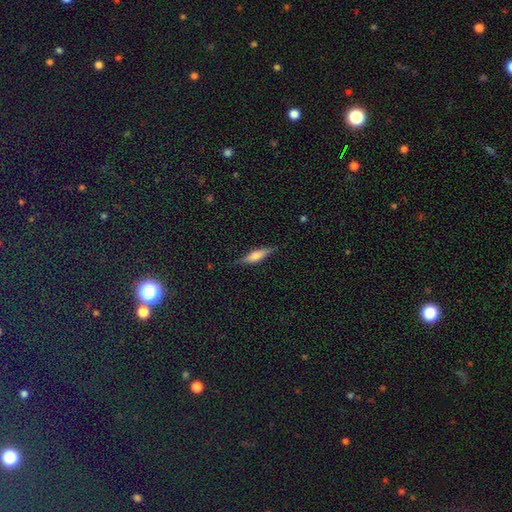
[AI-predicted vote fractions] Q: Smooth or featured?
A: smooth (52%); runner-up: featured or disk (40%)
Q: How rounded?
A: cigar-shaped (71%); runner-up: in between (27%)
Q: Merging?
A: none (83%); runner-up: minor disturbance (13%)